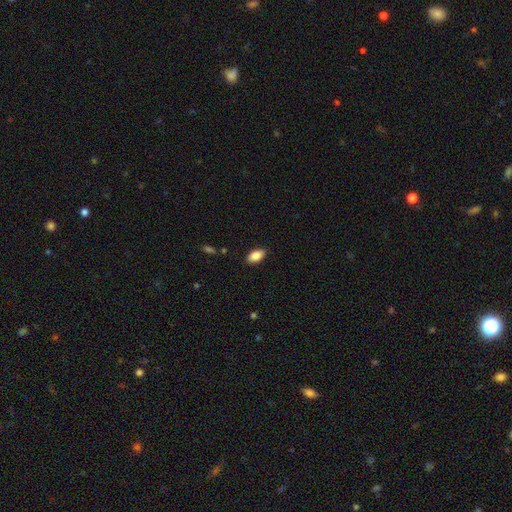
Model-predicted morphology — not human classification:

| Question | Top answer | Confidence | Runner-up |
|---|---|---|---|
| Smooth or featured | smooth | 87% | star or artifact (7%) |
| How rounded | in between | 92% | round (5%) |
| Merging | none | 88% | minor disturbance (9%) |